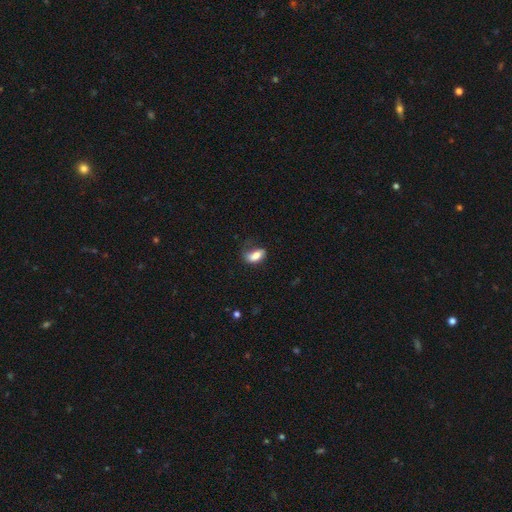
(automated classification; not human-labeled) smooth_or_featured: smooth (p=0.77) [alt: featured or disk p=0.16]
how_rounded: in between (p=0.88) [alt: cigar-shaped p=0.06]
merging: none (p=0.43) [alt: minor disturbance p=0.31]